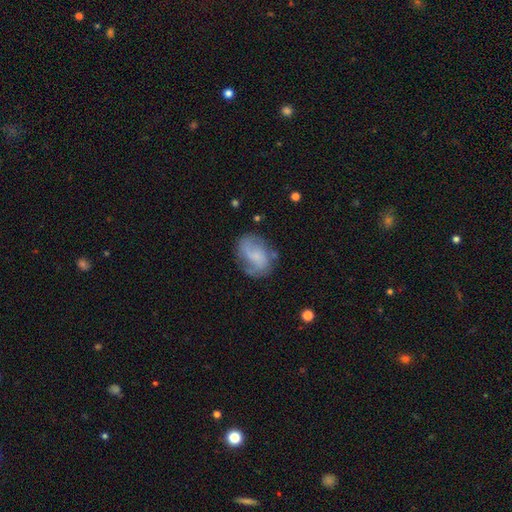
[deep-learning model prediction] Q: Smooth or featured?
A: featured or disk (61%); runner-up: smooth (31%)
Q: Edge-on disk?
A: no (98%); runner-up: yes (2%)
Q: Bar?
A: no (58%); runner-up: weak (35%)
Q: Spiral arms?
A: yes (85%); runner-up: no (15%)
Q: Spiral winding?
A: medium (43%); runner-up: loose (34%)
Q: Spiral arm count?
A: 2 (68%); runner-up: can't tell (16%)
Q: Bulge size?
A: small (41%); runner-up: none (37%)
Q: Merging?
A: none (60%); runner-up: minor disturbance (24%)